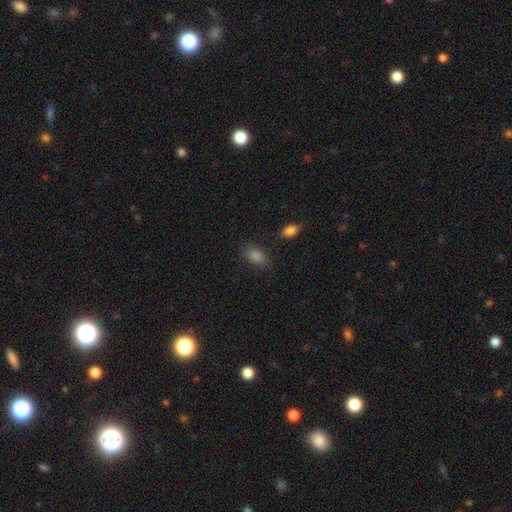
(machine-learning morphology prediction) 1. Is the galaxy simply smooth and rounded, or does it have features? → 82% smooth, 13% star or artifact, 5% featured or disk.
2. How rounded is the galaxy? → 86% in between, 11% round, 2% cigar-shaped.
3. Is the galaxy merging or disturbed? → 82% none, 12% minor disturbance, 3% major disturbance, 3% merger.